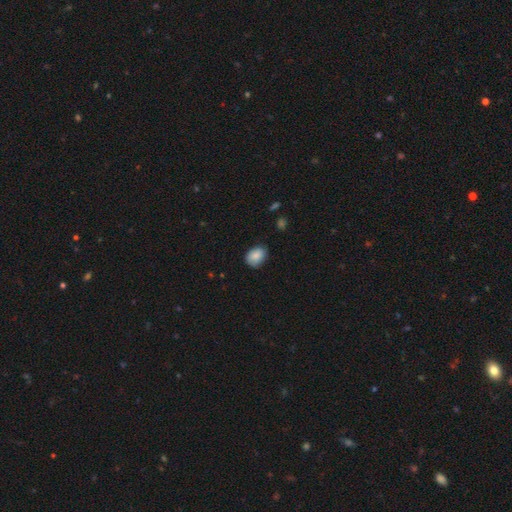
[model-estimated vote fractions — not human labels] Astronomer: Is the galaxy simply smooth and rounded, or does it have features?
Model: smooth — 86%.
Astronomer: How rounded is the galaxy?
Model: in between — 73%.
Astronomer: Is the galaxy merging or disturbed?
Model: none — 72%.